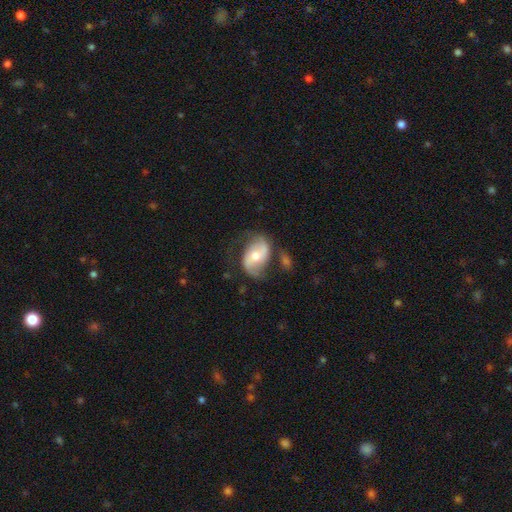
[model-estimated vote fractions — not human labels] Overall: featured or disk (67%). Edge-on disk: no (96%). Bar: no (44%; weak 39%). Spiral arms: yes (86%). Spiral arm count: 2 (86%). Spiral winding: loose (47%; medium 38%). Bulge size: moderate (65%). Merging: none (56%; minor disturbance 23%).